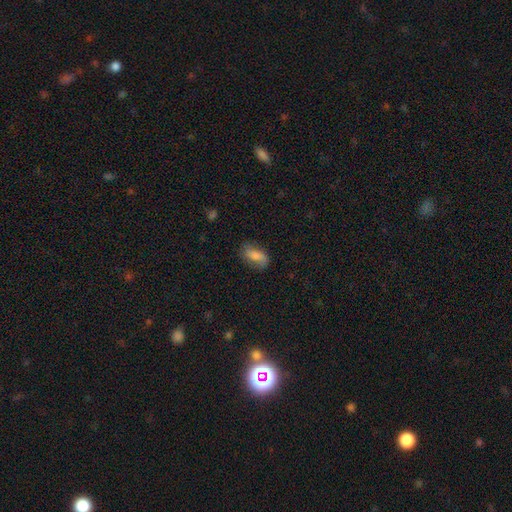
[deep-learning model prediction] This is likely a smooth galaxy (67%). How rounded: clearly in between (87%). Merging: likely none (69%).